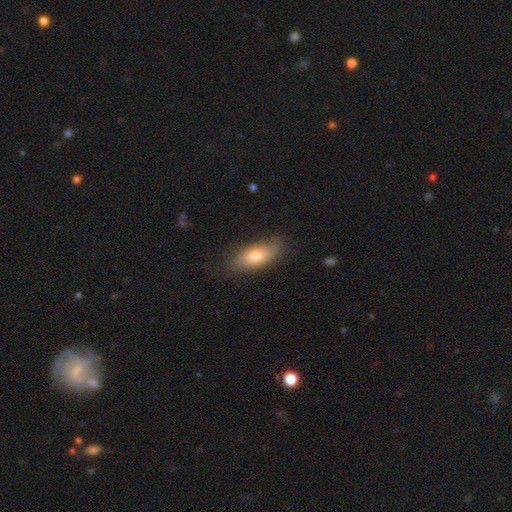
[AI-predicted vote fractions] smooth_or_featured: smooth (p=0.75) [alt: featured or disk p=0.18]
how_rounded: in between (p=0.80) [alt: cigar-shaped p=0.17]
merging: none (p=0.75) [alt: minor disturbance p=0.19]